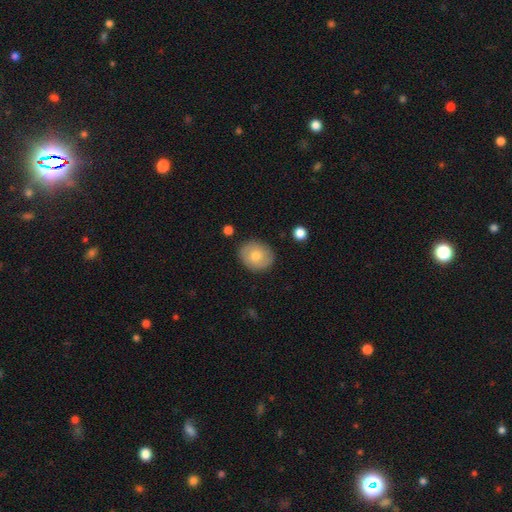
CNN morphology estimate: The model was most divided on "how rounded": round: 58%, in between: 41%, cigar-shaped: 1%. More confident: merging — none (87%); smooth or featured — smooth (72%).